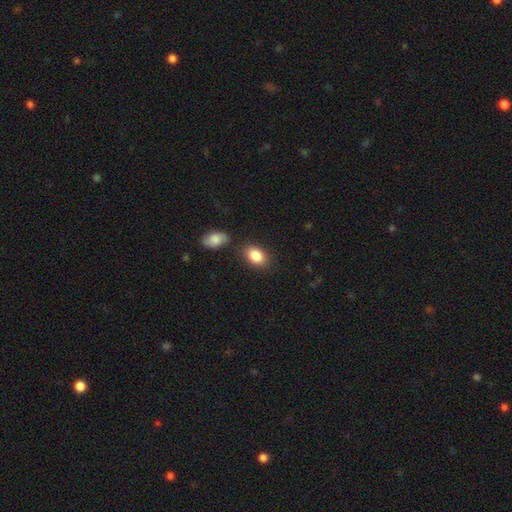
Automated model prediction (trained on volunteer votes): Smooth or featured: smooth — 87% (star or artifact — 7%)
How rounded: in between — 88% (round — 10%)
Merging: none — 77% (minor disturbance — 12%)